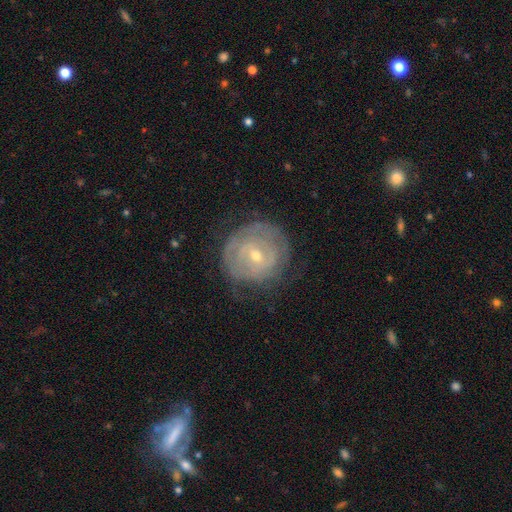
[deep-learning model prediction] This is likely a featured or disk galaxy (74%). It is clearly not viewed edge-on (97%). Bar: possibly weak (46%). Spiral arm pattern: likely yes (76%). Spiral arm count: possibly can't tell (51%). Spiral winding: likely tight (74%). Central bulge: possibly small (56%). Merging: likely none (69%).